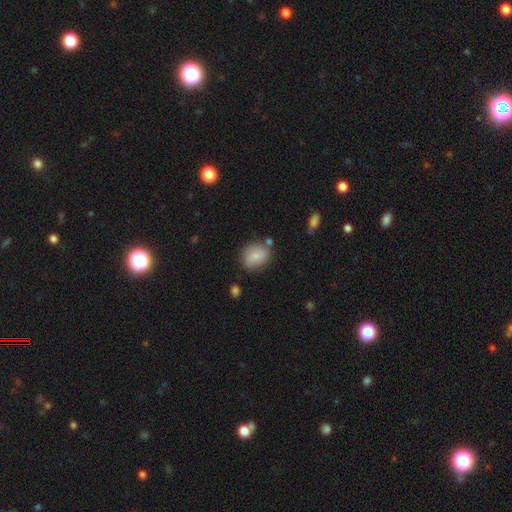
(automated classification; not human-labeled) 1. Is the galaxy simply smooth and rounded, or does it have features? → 76% smooth, 16% featured or disk, 8% star or artifact.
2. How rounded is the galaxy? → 50% round, 49% in between, 1% cigar-shaped.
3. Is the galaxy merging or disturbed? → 69% none, 20% minor disturbance, 6% merger, 5% major disturbance.